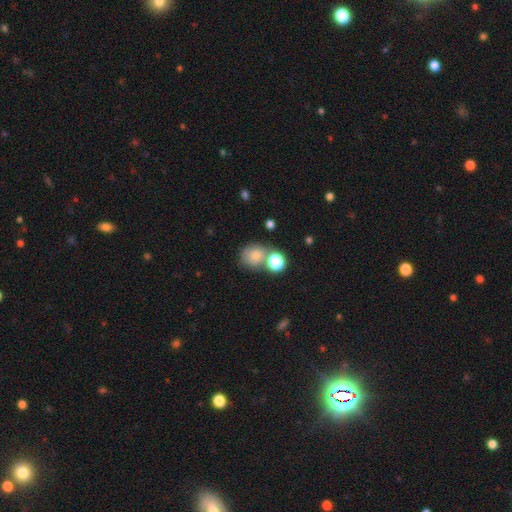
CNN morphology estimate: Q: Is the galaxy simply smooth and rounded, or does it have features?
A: smooth — 75%.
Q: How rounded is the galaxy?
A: round — 79%.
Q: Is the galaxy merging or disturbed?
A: none — 54%.